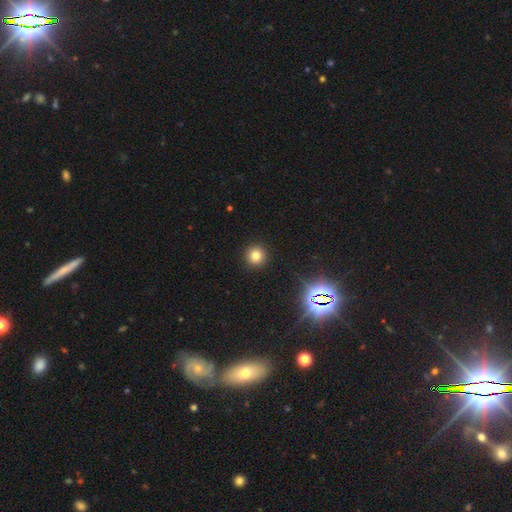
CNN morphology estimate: smooth-or-featured: smooth: 76% | star or artifact: 17% | featured or disk: 7%
  how-rounded: round: 94% | in between: 5% | cigar-shaped: 1%
  merging: none: 92% | minor disturbance: 5% | major disturbance: 2% | merger: 1%